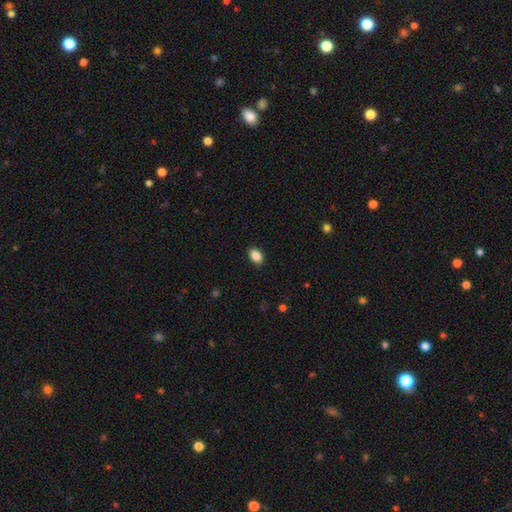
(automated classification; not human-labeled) Smooth or featured? smooth (88%)
How rounded? in between (86%)
Merging? none (88%)